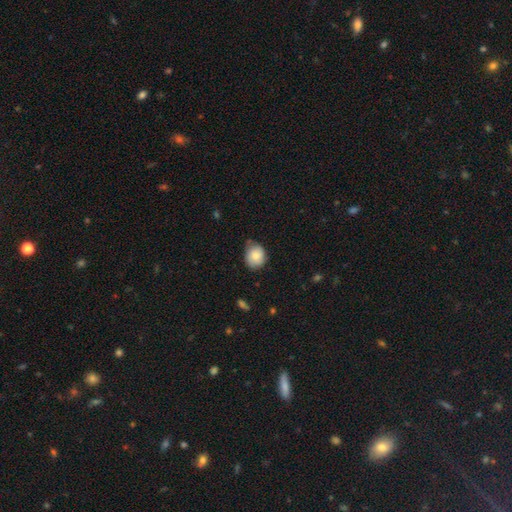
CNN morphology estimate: This is clearly a smooth galaxy (81%). How rounded: likely round (62%). Merging: likely none (63%).